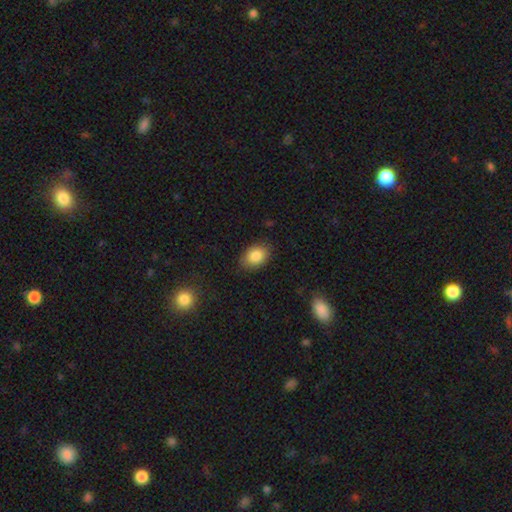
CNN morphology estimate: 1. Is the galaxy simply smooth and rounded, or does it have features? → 86% smooth, 8% star or artifact, 6% featured or disk.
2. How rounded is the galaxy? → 82% in between, 17% round, 1% cigar-shaped.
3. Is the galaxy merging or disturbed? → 83% none, 13% minor disturbance, 3% major disturbance, 1% merger.